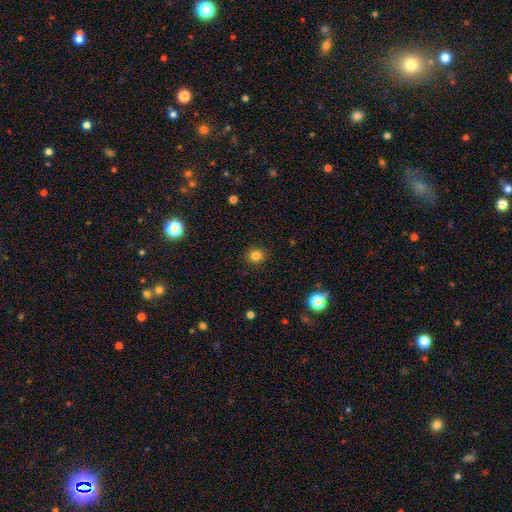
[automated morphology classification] smooth-or-featured: smooth: 82% | star or artifact: 12% | featured or disk: 5%
  how-rounded: round: 86% | in between: 13% | cigar-shaped: 1%
  merging: none: 90% | minor disturbance: 7% | major disturbance: 2% | merger: 1%